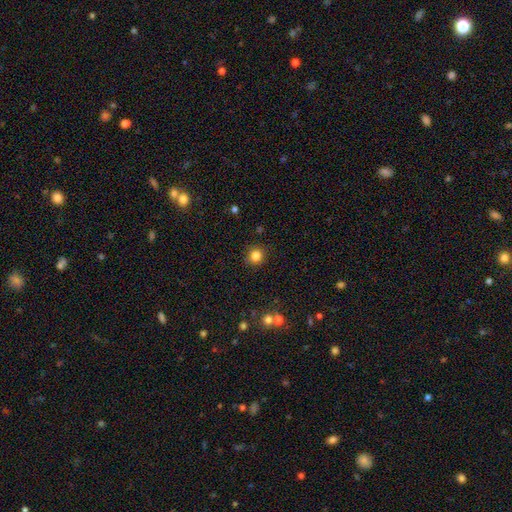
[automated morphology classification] This is clearly a smooth galaxy (84%). How rounded: clearly round (91%). Merging: clearly none (88%).